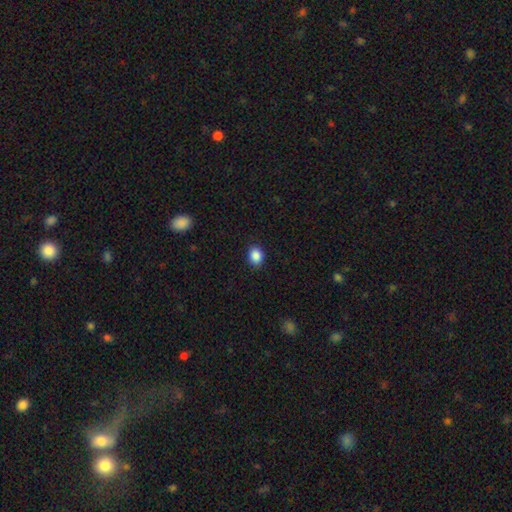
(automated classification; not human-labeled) Smooth or featured?
  - smooth: 88% *
  - star or artifact: 9%
  - featured or disk: 3%
How rounded?
  - round: 53% *
  - in between: 46%
  - cigar-shaped: 1%
Merging?
  - none: 89% *
  - minor disturbance: 8%
  - major disturbance: 2%
  - merger: 1%